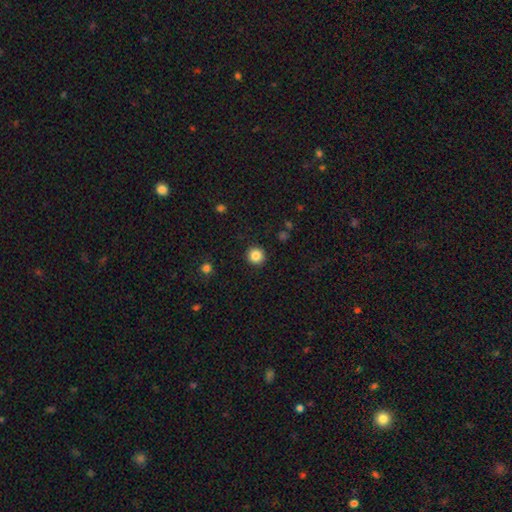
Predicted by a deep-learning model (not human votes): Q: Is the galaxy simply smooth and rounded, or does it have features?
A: smooth — 85%.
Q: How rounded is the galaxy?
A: round — 95%.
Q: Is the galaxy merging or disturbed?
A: none — 92%.